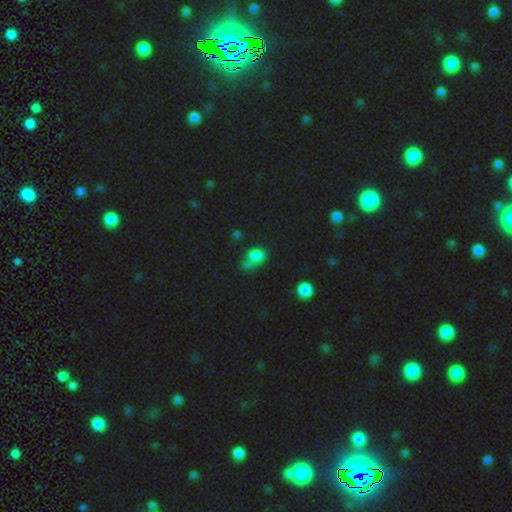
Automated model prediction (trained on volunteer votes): This appears to be a smooth galaxy with no disk features (72%) that is in between round and cigar-shaped (68%). Merging: none (36%).